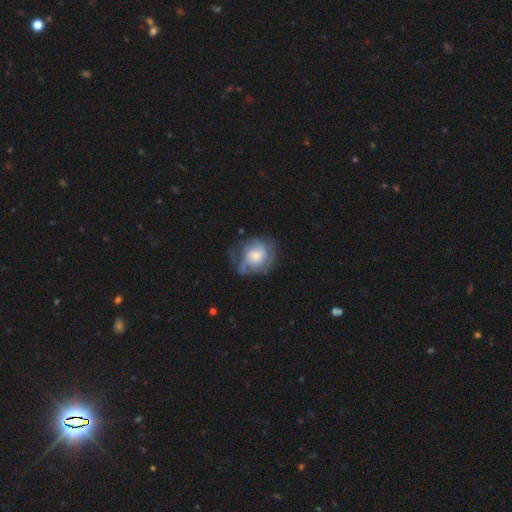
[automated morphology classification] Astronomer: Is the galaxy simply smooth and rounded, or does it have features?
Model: featured or disk — 57% (runner-up: smooth, 36%).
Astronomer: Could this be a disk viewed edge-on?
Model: no — 97%.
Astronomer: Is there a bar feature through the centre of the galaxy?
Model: no — 78%.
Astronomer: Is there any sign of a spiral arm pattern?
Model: yes — 75%.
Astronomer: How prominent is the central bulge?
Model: moderate — 39% (runner-up: small, 28%).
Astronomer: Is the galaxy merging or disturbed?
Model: none — 49% (runner-up: minor disturbance, 27%).